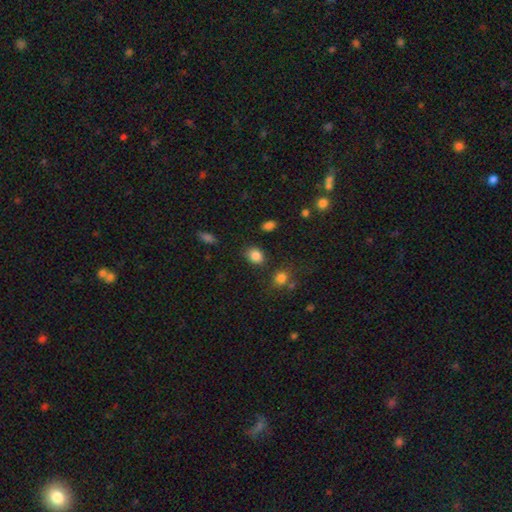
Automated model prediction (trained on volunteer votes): A smooth galaxy with no disk features (85%) that is in between round and cigar-shaped (54%).

Vote fractions:
- Smooth or featured? smooth: 85% / star or artifact: 10% / featured or disk: 5%
- How rounded? in between: 54% / round: 45% / cigar-shaped: 1%
- Merging? none: 79% / minor disturbance: 13% / merger: 4% / major disturbance: 4%